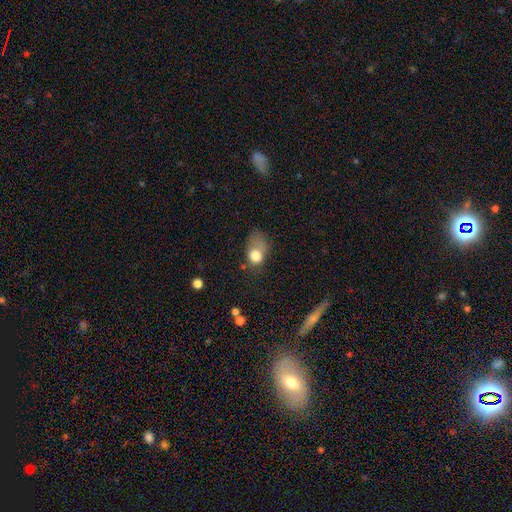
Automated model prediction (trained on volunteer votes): The model was most divided on "merging": major disturbance: 46%, minor disturbance: 28%, none: 19%, merger: 7%. More confident: smooth or featured — smooth (75%); how rounded — in between (66%).